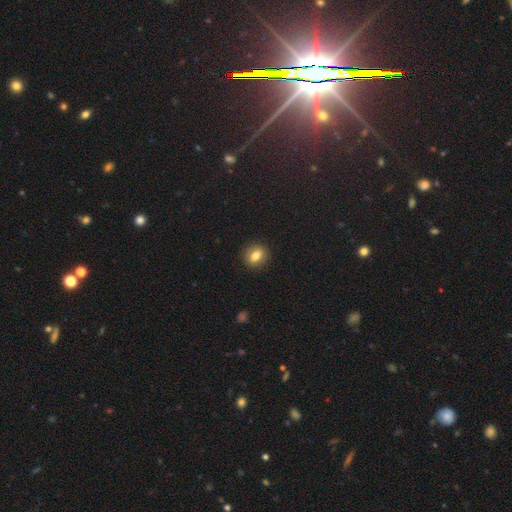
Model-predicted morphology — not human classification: A smooth galaxy with no disk features (76%) that is round (63%). Merging: none (89%).